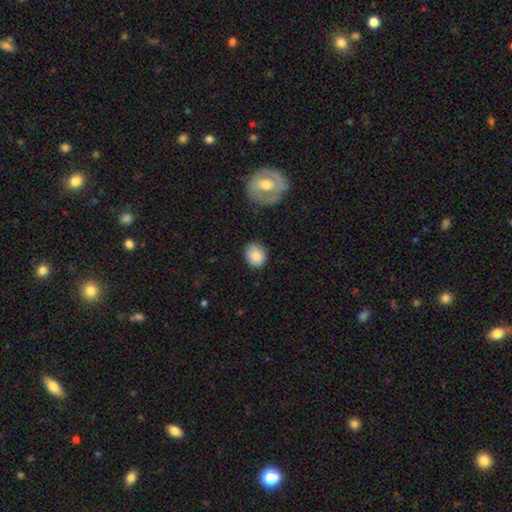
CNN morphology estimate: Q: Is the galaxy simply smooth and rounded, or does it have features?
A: smooth — 86%.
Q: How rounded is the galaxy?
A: round — 61%.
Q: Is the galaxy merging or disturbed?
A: none — 82%.